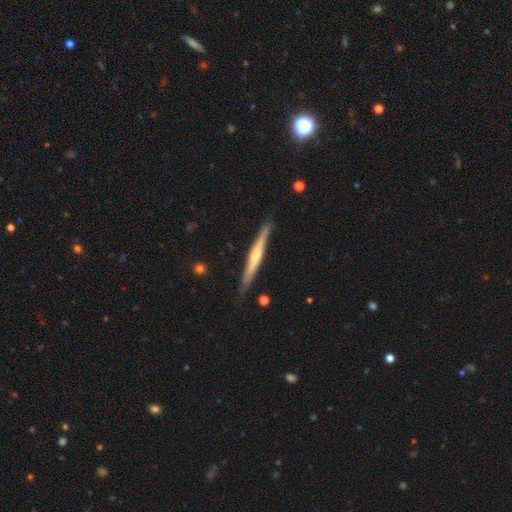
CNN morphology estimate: This is likely a featured or disk galaxy (70%). It is clearly viewed edge-on (97%). Edge-on bulge: likely rounded (79%). Merging: clearly none (88%).